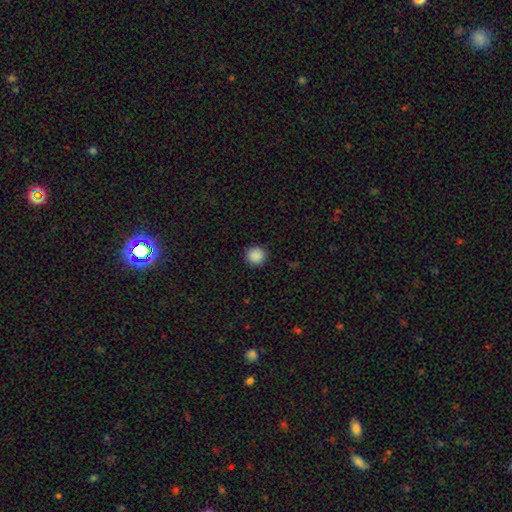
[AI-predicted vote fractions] smooth 89%, star or artifact 9%, featured or disk 2%. Down the decision tree: how rounded — round (95%); merging — none (92%).